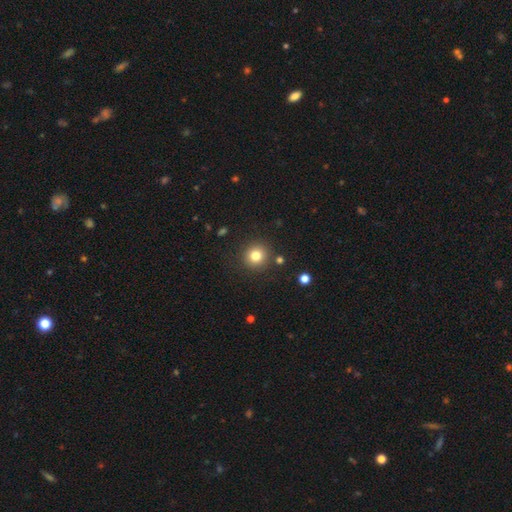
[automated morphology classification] Smooth or featured? smooth (80%)
How rounded? round (93%)
Merging? none (88%)